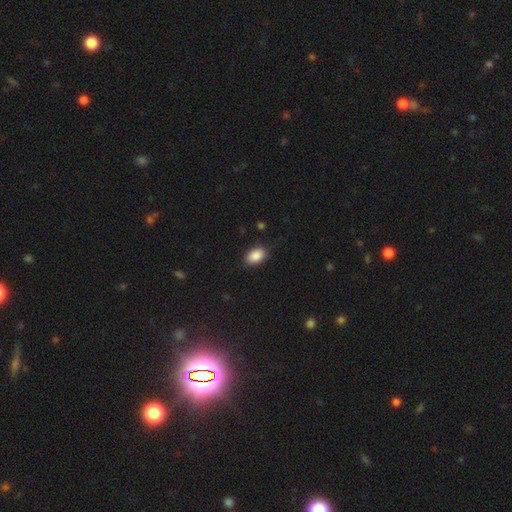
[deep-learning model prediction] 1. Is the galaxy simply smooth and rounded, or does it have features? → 89% smooth, 7% star or artifact, 4% featured or disk.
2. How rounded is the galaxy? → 89% in between, 10% round, 1% cigar-shaped.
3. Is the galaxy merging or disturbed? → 85% none, 11% minor disturbance, 2% major disturbance, 1% merger.